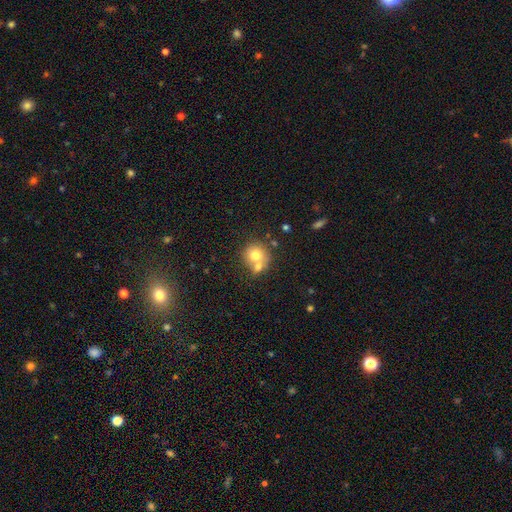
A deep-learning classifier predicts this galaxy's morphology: A smooth galaxy with no disk features (71%) that is round (86%). Merging: merger (45%).